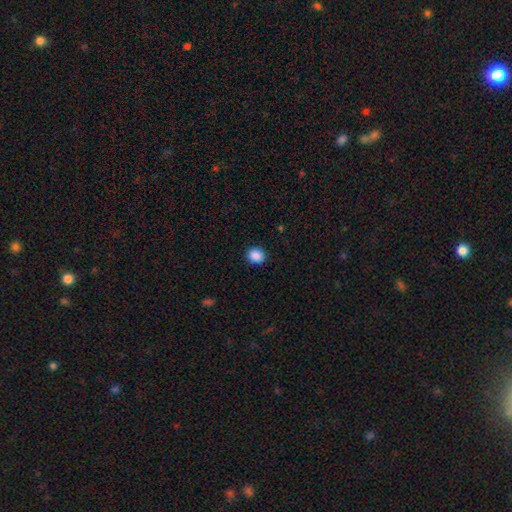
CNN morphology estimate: Smooth or featured? smooth (89%)
How rounded? round (70%)
Merging? none (91%)